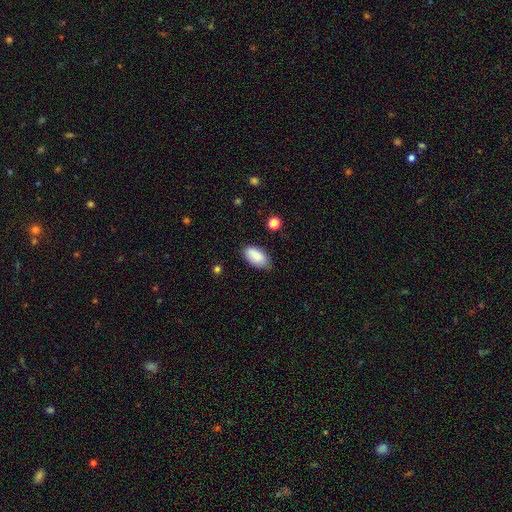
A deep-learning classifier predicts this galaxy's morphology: smooth_or_featured: smooth (p=0.88) [alt: star or artifact p=0.07]
how_rounded: in between (p=0.94) [alt: round p=0.03]
merging: none (p=0.75) [alt: minor disturbance p=0.20]